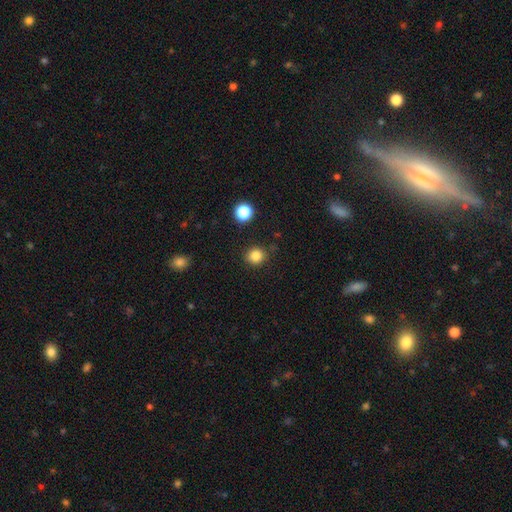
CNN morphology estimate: smooth 83%, star or artifact 12%, featured or disk 4%. Down the decision tree: how rounded — round (89%); merging — none (87%).